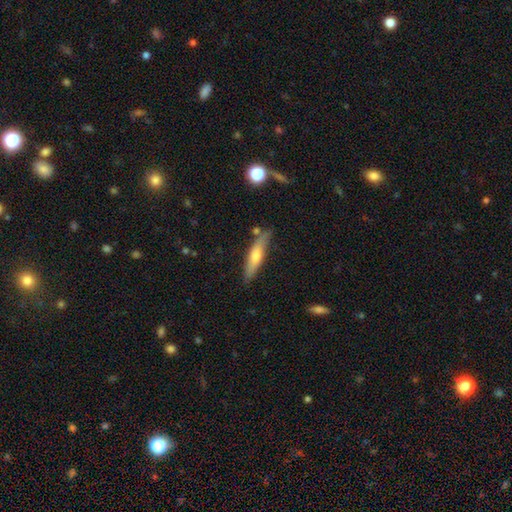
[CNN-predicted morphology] smooth 53%, featured or disk 41%, star or artifact 6%. Down the decision tree: how rounded — cigar-shaped (81%); merging — none (78%).